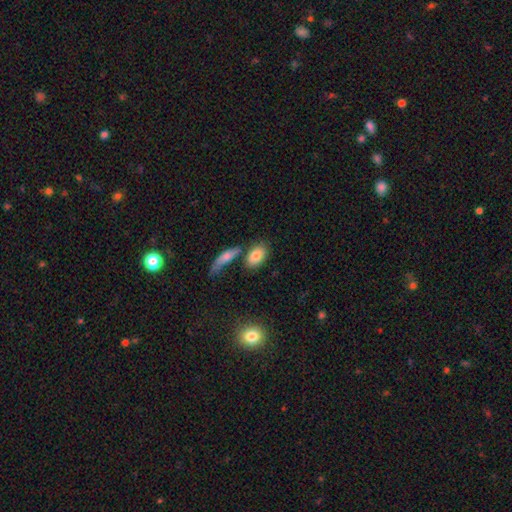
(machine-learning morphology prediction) Smooth or featured? Predicted: smooth (p=0.80). How rounded? Predicted: in between (p=0.86). Merging? Predicted: none (p=0.66).